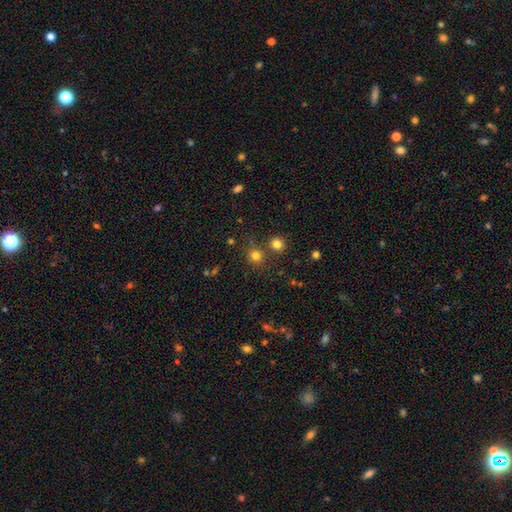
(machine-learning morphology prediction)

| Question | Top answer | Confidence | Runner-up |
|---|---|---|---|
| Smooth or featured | smooth | 77% | star or artifact (17%) |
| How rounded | round | 89% | in between (10%) |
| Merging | none | 74% | merger (15%) |